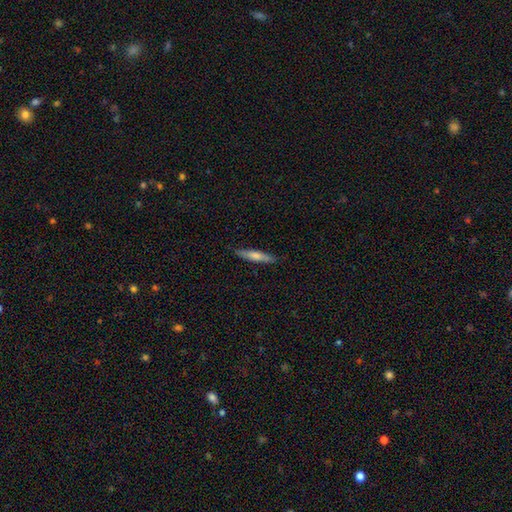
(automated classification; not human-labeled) Morphology: type=smooth (65%); roundness=cigar-shaped (88%); merging=none (86%).